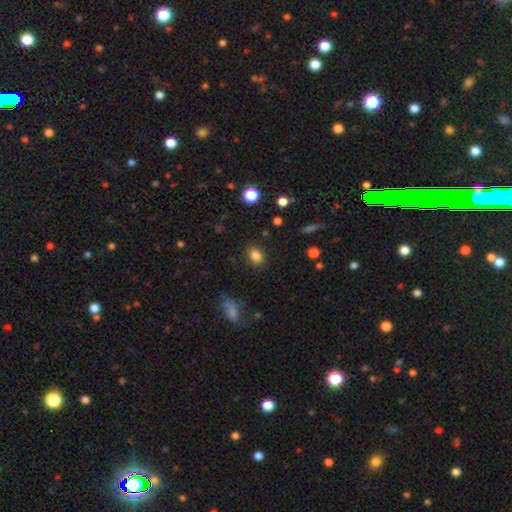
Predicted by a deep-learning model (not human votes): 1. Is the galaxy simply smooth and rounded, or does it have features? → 83% smooth, 11% star or artifact, 6% featured or disk.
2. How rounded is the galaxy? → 61% in between, 38% round, 1% cigar-shaped.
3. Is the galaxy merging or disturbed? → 85% none, 10% minor disturbance, 3% major disturbance, 2% merger.